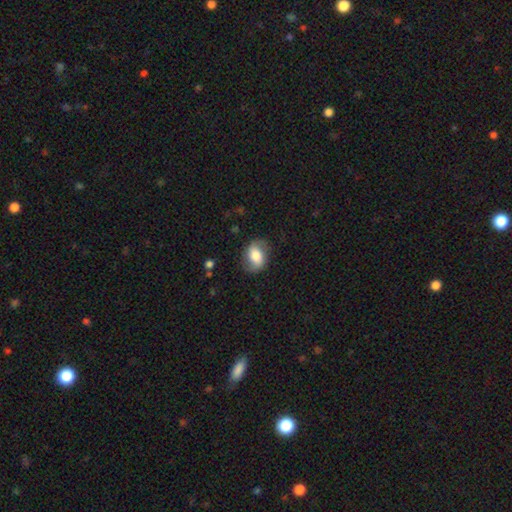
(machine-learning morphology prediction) smooth-or-featured: smooth: 50% | featured or disk: 42% | star or artifact: 8%
  how-rounded: in between: 71% | round: 27% | cigar-shaped: 2%
  merging: none: 76% | minor disturbance: 16% | major disturbance: 6% | merger: 1%